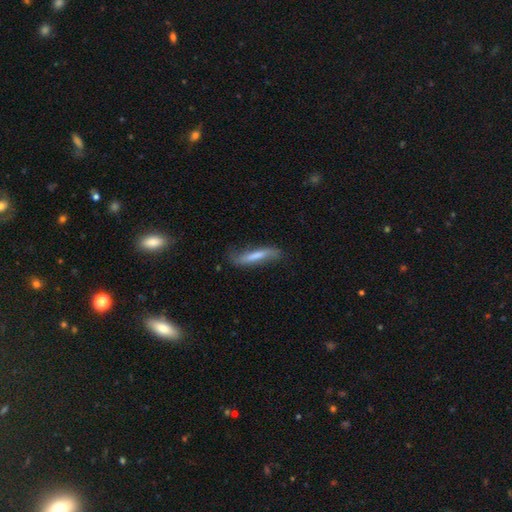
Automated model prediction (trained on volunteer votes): This is likely a smooth galaxy (63%). How rounded: clearly cigar-shaped (86%). Merging: likely none (63%).